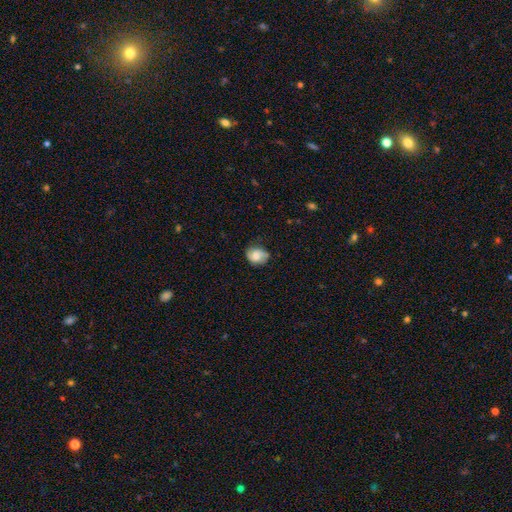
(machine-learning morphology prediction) Smooth or featured? smooth (54%)
How rounded? round (59%)
Merging? none (71%)